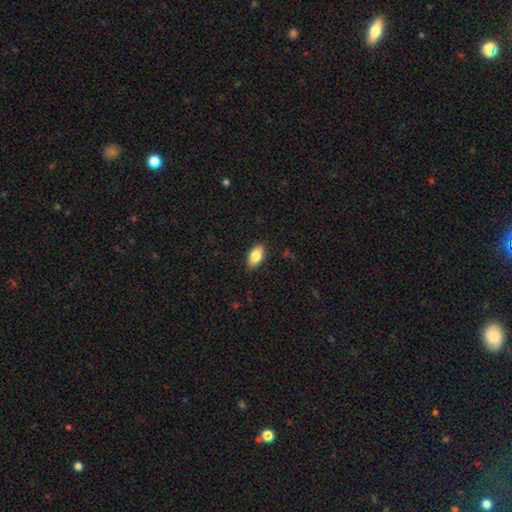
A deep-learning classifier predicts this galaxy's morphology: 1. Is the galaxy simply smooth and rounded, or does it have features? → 84% smooth, 9% featured or disk, 7% star or artifact.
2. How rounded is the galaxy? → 92% in between, 5% round, 3% cigar-shaped.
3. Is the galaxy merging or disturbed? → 87% none, 10% minor disturbance, 2% major disturbance, 1% merger.